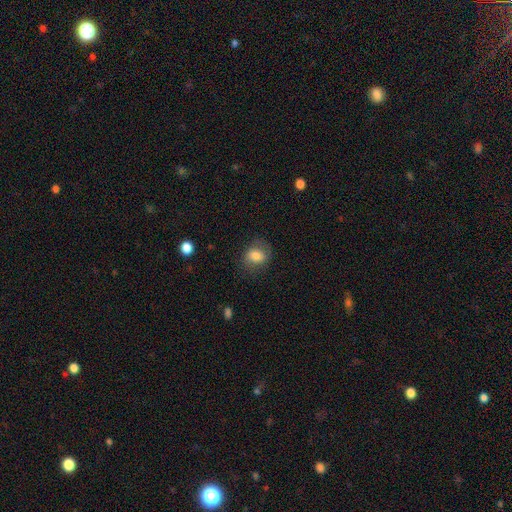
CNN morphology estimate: Smooth or featured? Predicted: smooth (p=0.77). How rounded? Predicted: in between (p=0.51). Merging? Predicted: none (p=0.68).